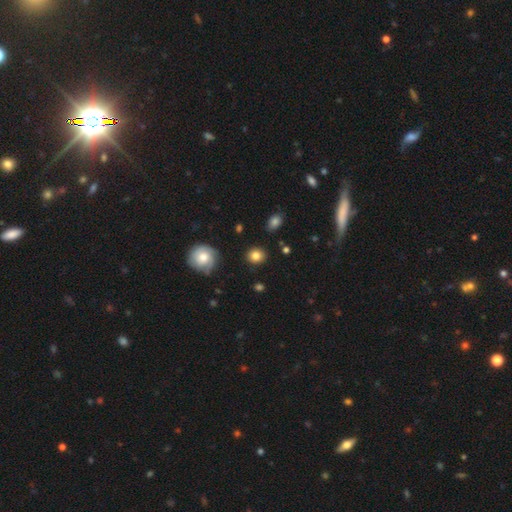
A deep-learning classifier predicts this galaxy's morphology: Smooth or featured? smooth (83%)
How rounded? round (83%)
Merging? none (87%)